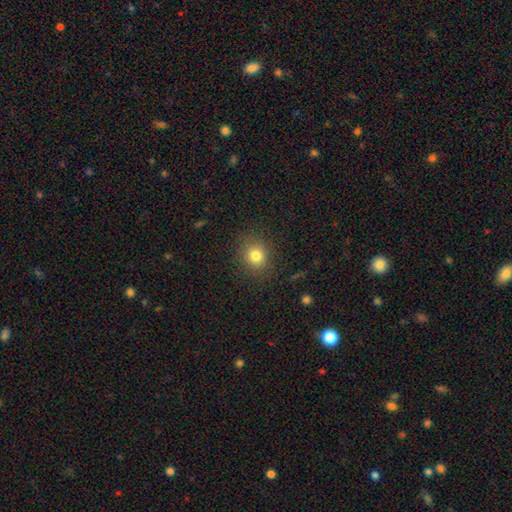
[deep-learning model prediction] Morphology: type=smooth (80%); roundness=round (79%); merging=none (87%).